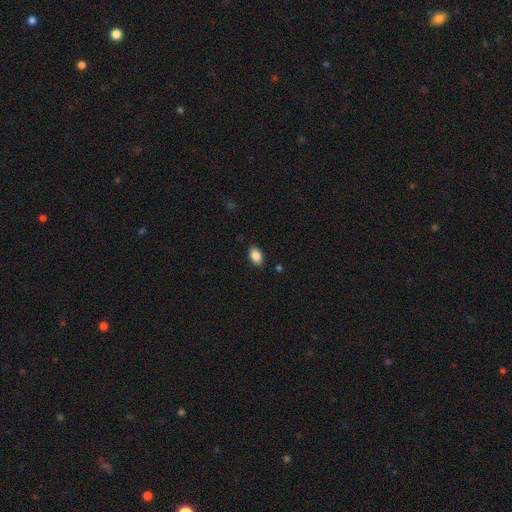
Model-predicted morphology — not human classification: Overall: smooth (88%). How rounded: in between (88%). Merging: none (87%).